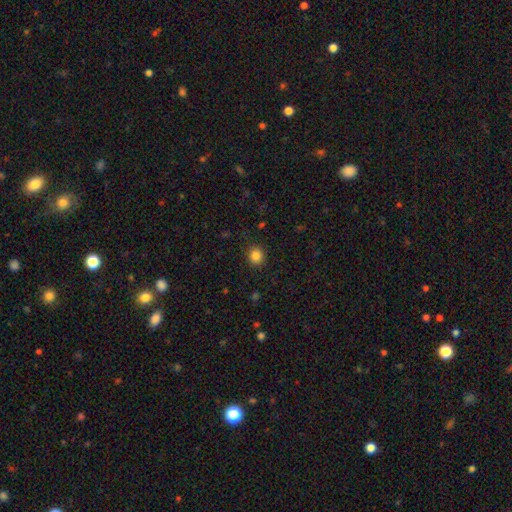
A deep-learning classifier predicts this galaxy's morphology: Smooth or featured: smooth — 84% (star or artifact — 12%)
How rounded: round — 88% (in between — 11%)
Merging: none — 88% (minor disturbance — 8%)